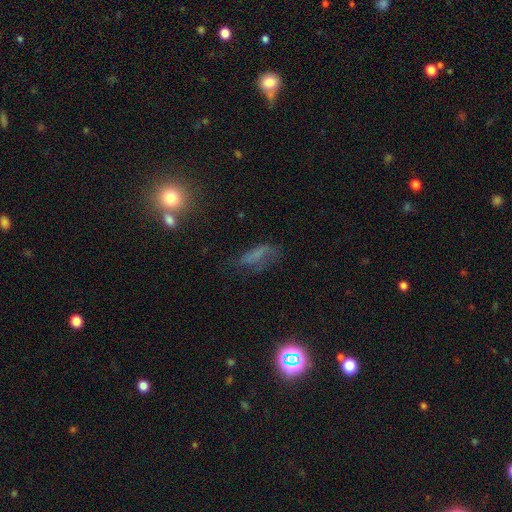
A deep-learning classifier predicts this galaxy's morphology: smooth_or_featured: smooth (p=0.45) [alt: featured or disk p=0.33]
merging: none (p=0.46) [alt: minor disturbance p=0.27]